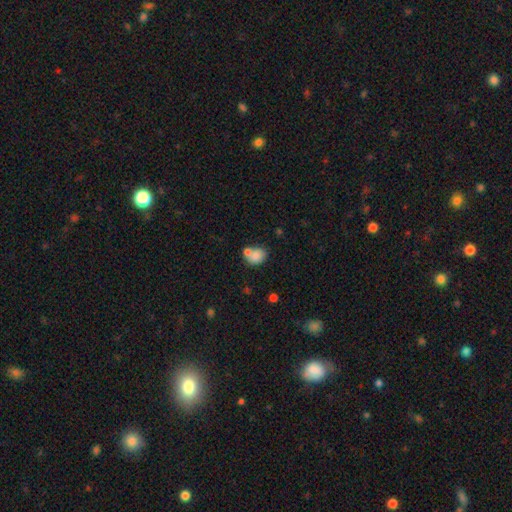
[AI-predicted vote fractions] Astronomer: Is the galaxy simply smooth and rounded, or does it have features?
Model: smooth — 81%.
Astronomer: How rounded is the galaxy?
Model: in between — 52% (runner-up: round, 47%).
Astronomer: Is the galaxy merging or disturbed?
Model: none — 45% (runner-up: merger, 37%).